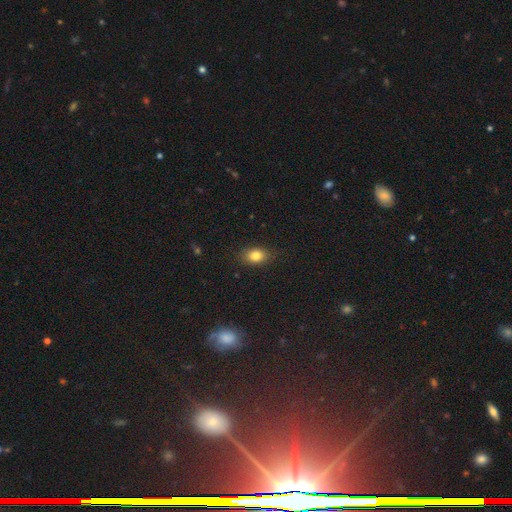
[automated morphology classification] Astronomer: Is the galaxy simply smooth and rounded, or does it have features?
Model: smooth — 81%.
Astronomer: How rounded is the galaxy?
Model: in between — 76%.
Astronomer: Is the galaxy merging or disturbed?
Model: none — 84%.